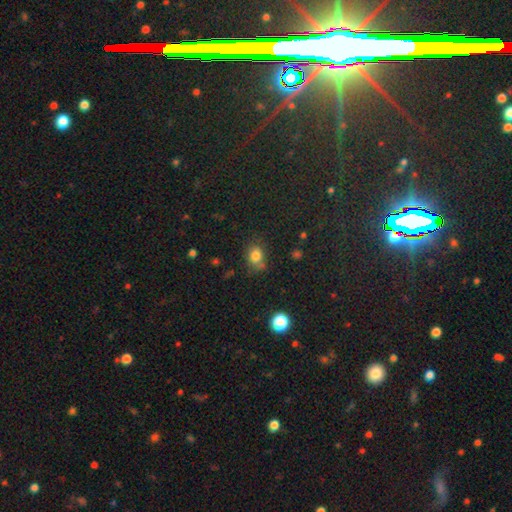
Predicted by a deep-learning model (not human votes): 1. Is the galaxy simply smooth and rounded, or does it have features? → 79% smooth, 13% star or artifact, 8% featured or disk.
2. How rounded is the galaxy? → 50% in between, 49% round, 1% cigar-shaped.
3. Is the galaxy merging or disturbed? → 64% none, 23% minor disturbance, 7% major disturbance, 6% merger.